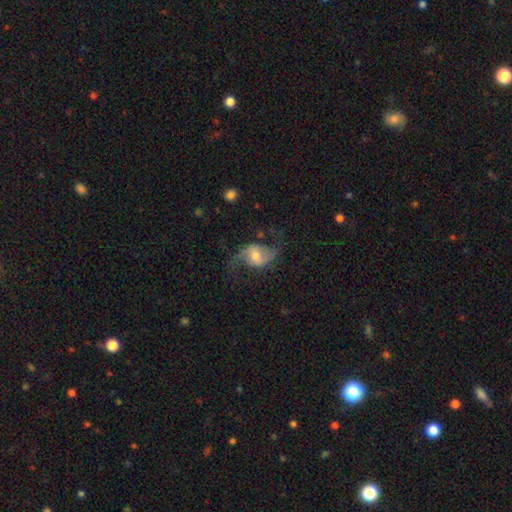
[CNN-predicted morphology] Overall: featured or disk (81%). Edge-on disk: no (97%). Bar: weak (43%; no 37%). Spiral arms: yes (94%). Spiral arm count: 2 (92%). Spiral winding: loose (74%). Bulge size: moderate (63%; small 26%). Merging: none (67%).